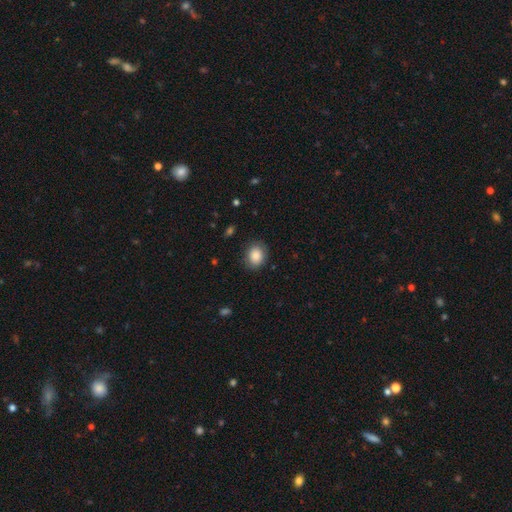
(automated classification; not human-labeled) Smooth or featured?
  - smooth: 86% *
  - star or artifact: 8%
  - featured or disk: 7%
How rounded?
  - round: 52% *
  - in between: 47%
  - cigar-shaped: 1%
Merging?
  - none: 82% *
  - minor disturbance: 13%
  - major disturbance: 4%
  - merger: 1%